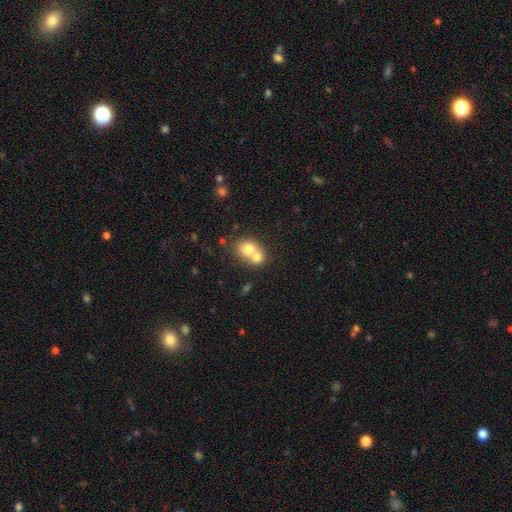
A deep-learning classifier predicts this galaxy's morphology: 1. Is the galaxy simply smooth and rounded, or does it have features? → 71% smooth, 19% featured or disk, 10% star or artifact.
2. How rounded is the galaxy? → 64% round, 35% in between, 1% cigar-shaped.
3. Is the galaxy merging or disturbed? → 66% merger, 26% none, 5% minor disturbance, 2% major disturbance.